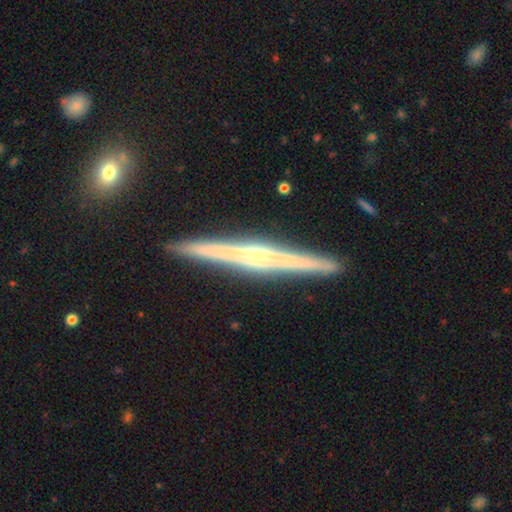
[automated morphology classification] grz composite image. It shows a featured or disk galaxy (82%) viewed edge-on (98%) with a rounded central bulge (62%). Merging: none (92%).